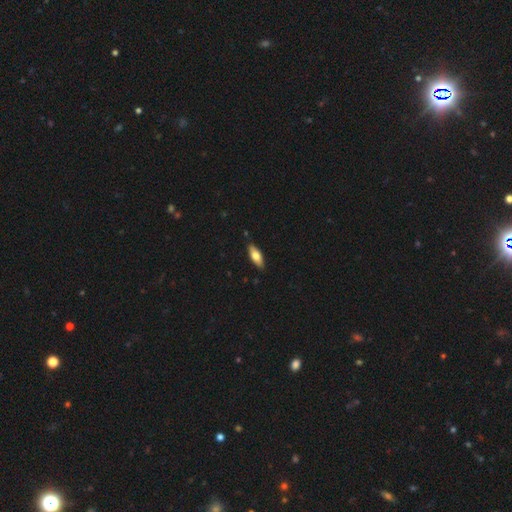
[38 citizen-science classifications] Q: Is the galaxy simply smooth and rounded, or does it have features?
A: smooth — 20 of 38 (53%).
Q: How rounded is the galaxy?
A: in between — 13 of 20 (65%).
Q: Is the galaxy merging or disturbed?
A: none — 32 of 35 (91%).